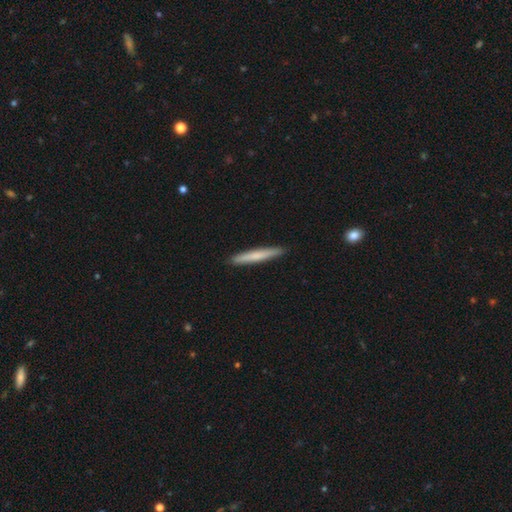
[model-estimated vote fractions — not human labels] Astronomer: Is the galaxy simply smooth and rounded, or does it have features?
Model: smooth — 66%.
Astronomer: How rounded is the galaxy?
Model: cigar-shaped — 96%.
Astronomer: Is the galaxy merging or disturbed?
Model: none — 92%.